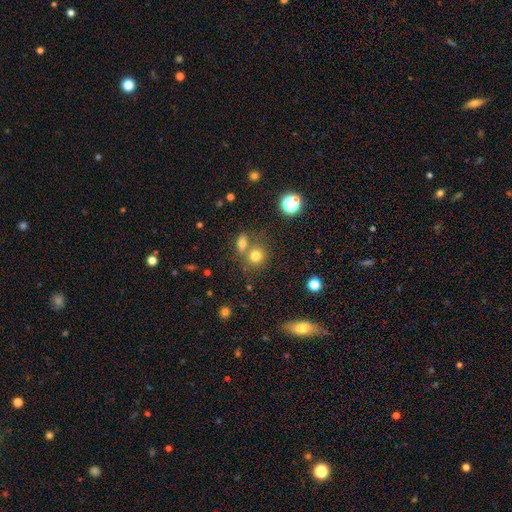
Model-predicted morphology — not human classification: Smooth or featured? Predicted: smooth (p=0.74). How rounded? Predicted: round (p=0.77). Merging? Predicted: none (p=0.52).